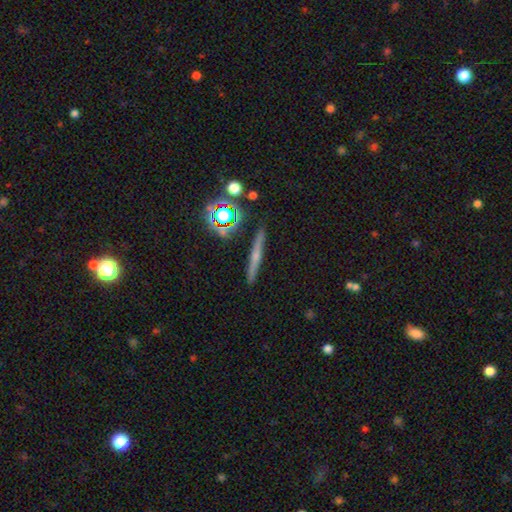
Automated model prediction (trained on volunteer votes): smooth_or_featured: featured or disk (p=0.48) [alt: smooth p=0.36]
merging: none (p=0.89) [alt: minor disturbance p=0.07]